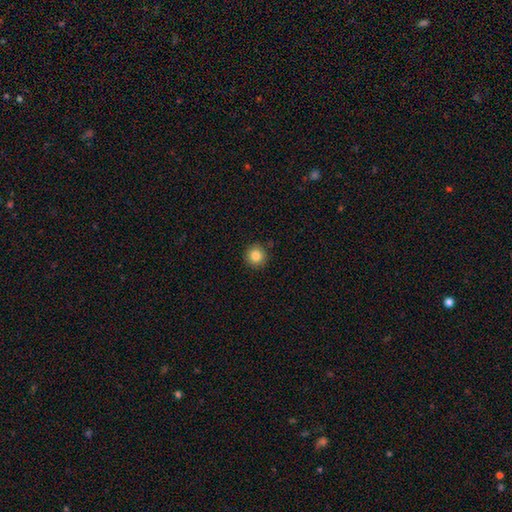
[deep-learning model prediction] Smooth or featured? smooth (84%)
How rounded? round (94%)
Merging? none (90%)